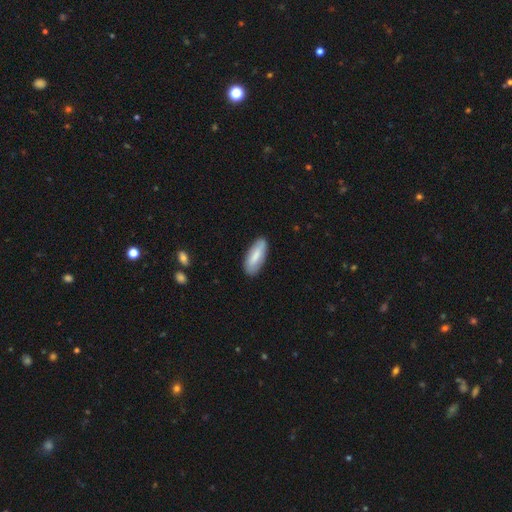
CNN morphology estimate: Smooth or featured? smooth (76%)
How rounded? in between (73%)
Merging? none (83%)